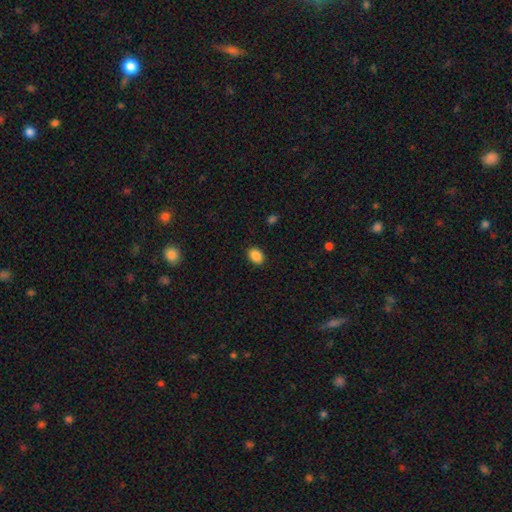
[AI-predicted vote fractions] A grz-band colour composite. It shows a smooth galaxy with no disk features (88%) that is in between round and cigar-shaped (70%). Merging: none (89%).